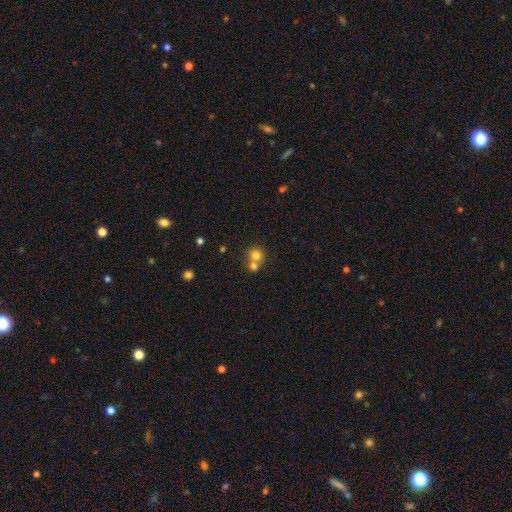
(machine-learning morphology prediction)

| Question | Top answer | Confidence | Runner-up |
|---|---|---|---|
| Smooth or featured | smooth | 78% | star or artifact (12%) |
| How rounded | round | 87% | in between (12%) |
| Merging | merger | 47% | none (44%) |